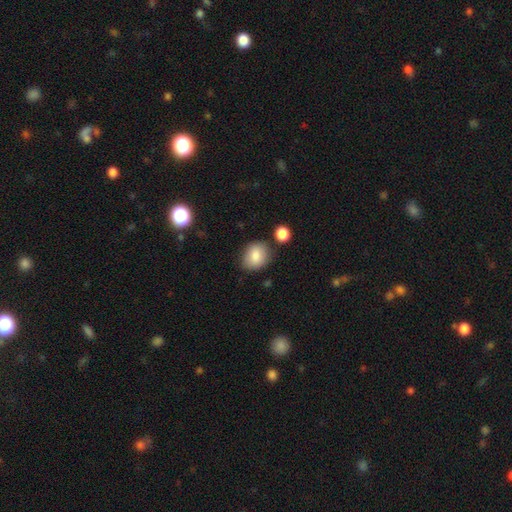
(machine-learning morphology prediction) Smooth or featured? smooth (84%)
How rounded? round (55%)
Merging? none (76%)